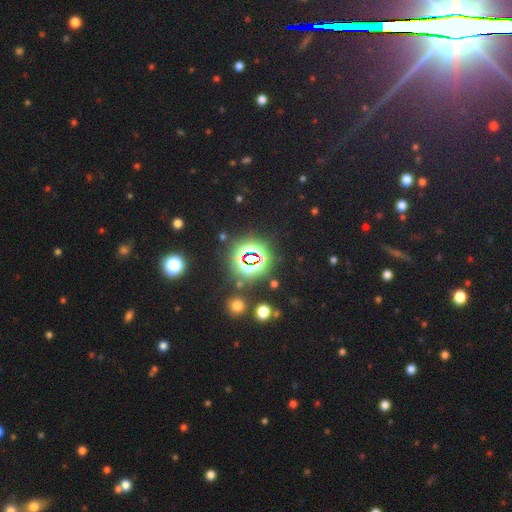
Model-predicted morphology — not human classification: smooth-or-featured: star or artifact: 77% | smooth: 15% | featured or disk: 8%